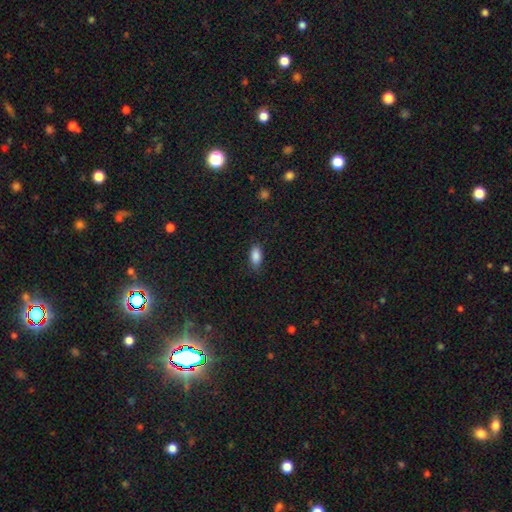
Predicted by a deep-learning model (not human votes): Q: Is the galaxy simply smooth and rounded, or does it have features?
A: smooth — 87%.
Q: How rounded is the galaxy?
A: in between — 89%.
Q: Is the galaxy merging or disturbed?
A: none — 80%.